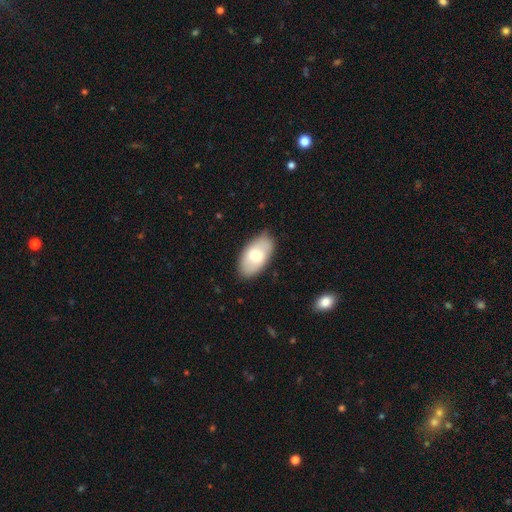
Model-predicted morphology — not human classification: Q: Smooth or featured?
A: smooth (69%); runner-up: featured or disk (25%)
Q: How rounded?
A: in between (94%); runner-up: round (4%)
Q: Merging?
A: none (81%); runner-up: minor disturbance (15%)